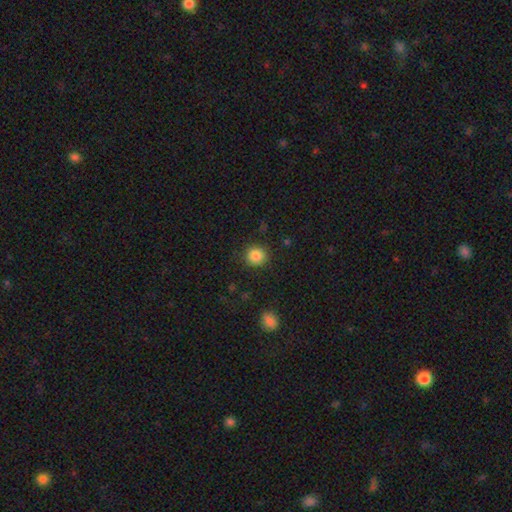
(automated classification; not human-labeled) Smooth or featured? Predicted: smooth (p=0.86). How rounded? Predicted: round (p=0.89). Merging? Predicted: none (p=0.90).